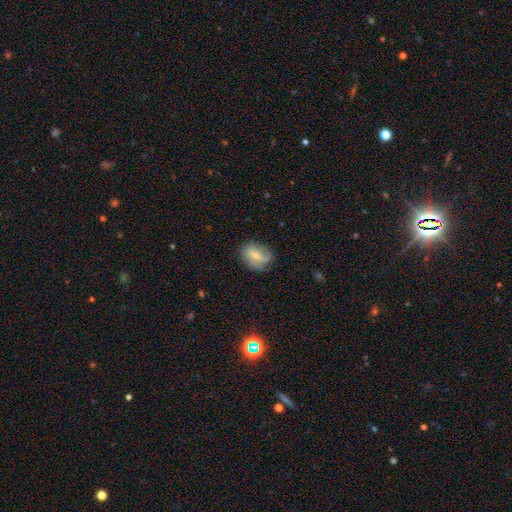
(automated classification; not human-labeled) A smooth galaxy with no disk features (50%) that is in between round and cigar-shaped (63%). Merging: none (69%).